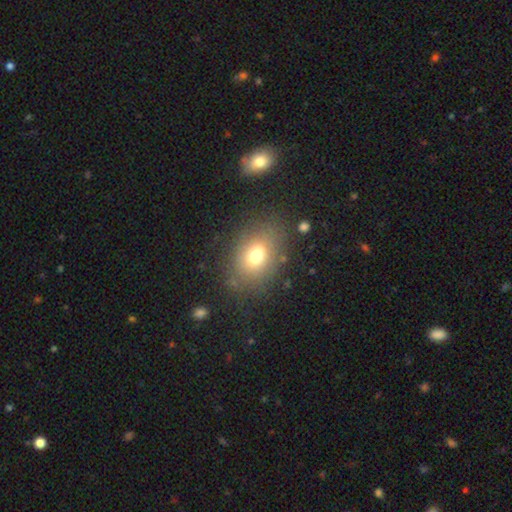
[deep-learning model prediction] This appears to be a smooth galaxy with no disk features (71%) that is in between round and cigar-shaped (66%). Merging: none (77%).